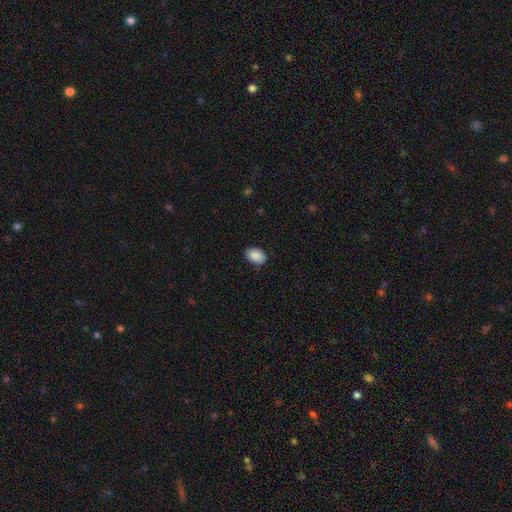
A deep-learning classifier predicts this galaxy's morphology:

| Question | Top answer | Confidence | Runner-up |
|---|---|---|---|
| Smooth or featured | smooth | 90% | star or artifact (7%) |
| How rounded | in between | 86% | round (13%) |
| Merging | none | 85% | minor disturbance (12%) |